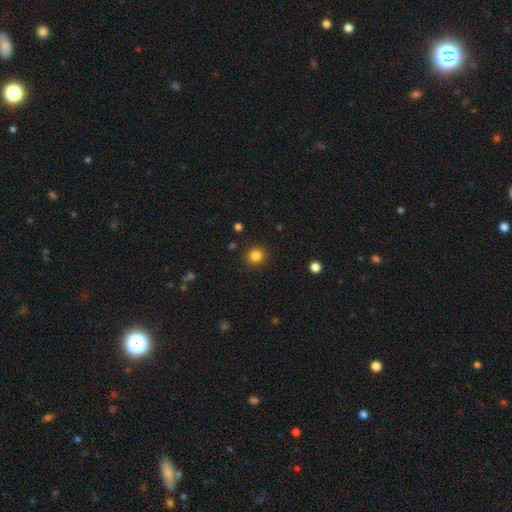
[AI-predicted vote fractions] This appears to be a smooth galaxy with no disk features (84%) that is round (89%). Merging: none (91%).